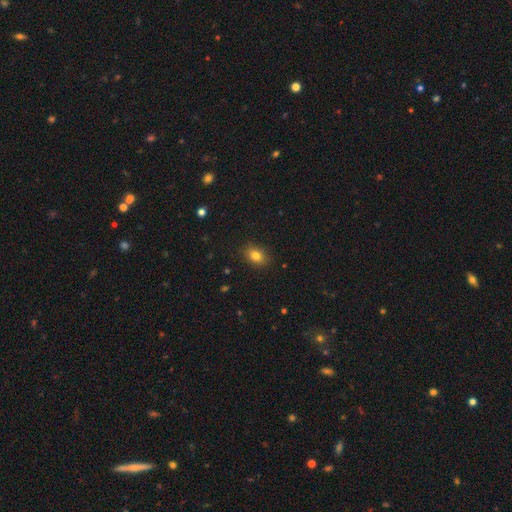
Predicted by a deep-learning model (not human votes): smooth 82%, star or artifact 11%, featured or disk 7%. Down the decision tree: how rounded — in between (72%); merging — none (88%).